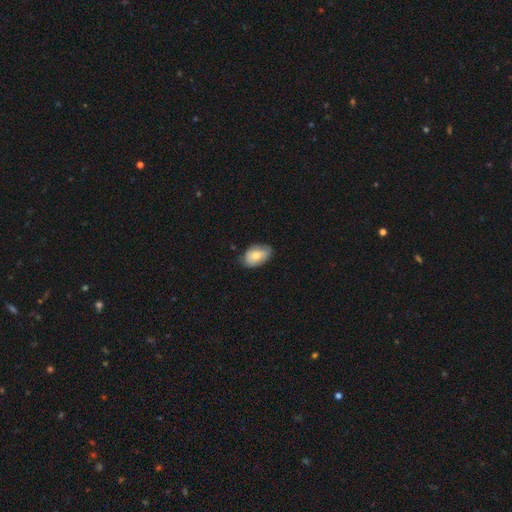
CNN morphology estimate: Q: Smooth or featured?
A: smooth (73%); runner-up: featured or disk (20%)
Q: How rounded?
A: in between (88%); runner-up: round (10%)
Q: Merging?
A: none (71%); runner-up: minor disturbance (24%)